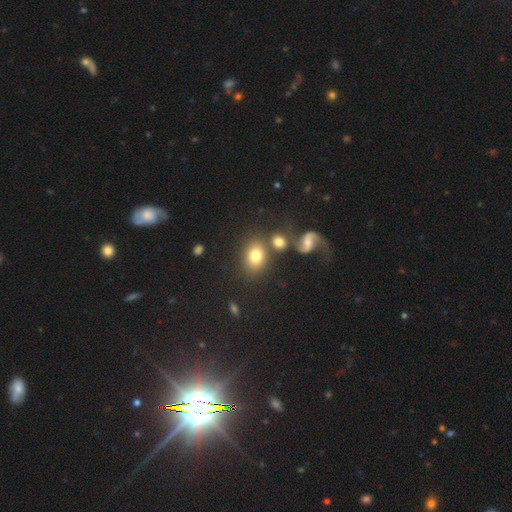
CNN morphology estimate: A smooth galaxy with no disk features (72%) that is in between round and cigar-shaped (61%). Merging: none (67%).